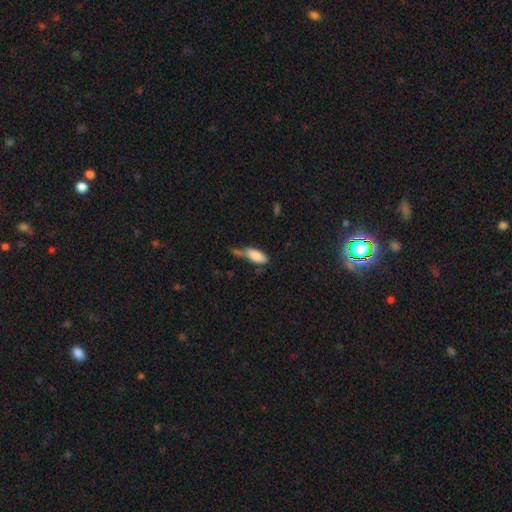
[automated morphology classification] Smooth or featured? smooth (82%)
How rounded? in between (81%)
Merging? none (31%)